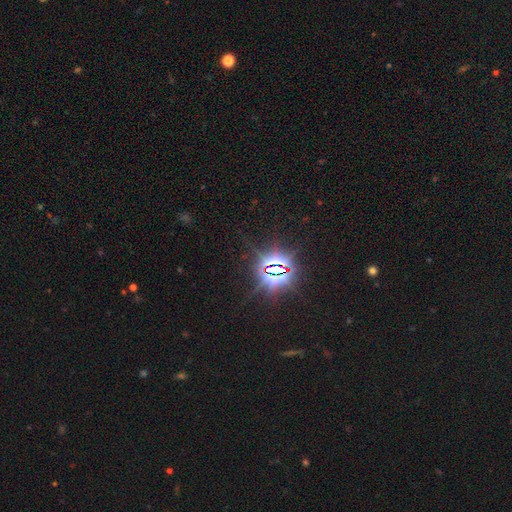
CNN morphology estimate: Smooth or featured: star or artifact — 78% (smooth — 16%)